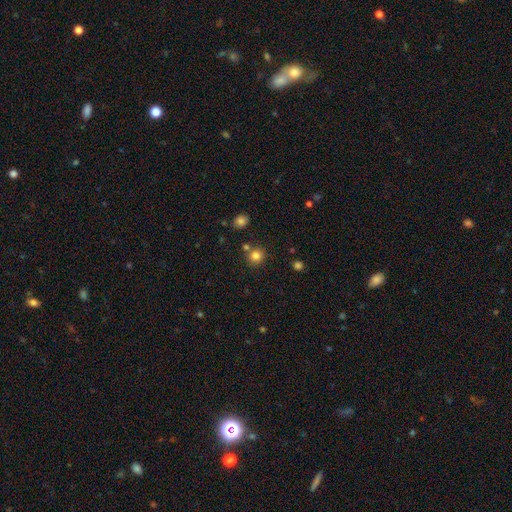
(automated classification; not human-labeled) Overall: smooth (82%). How rounded: round (90%). Merging: none (77%).